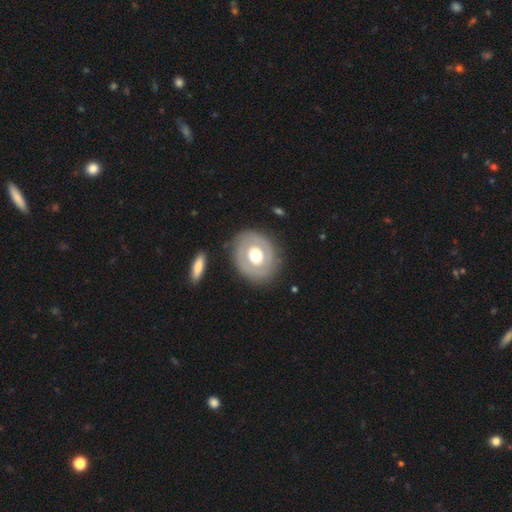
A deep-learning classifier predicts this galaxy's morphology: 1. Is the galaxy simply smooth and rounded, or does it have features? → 56% featured or disk, 39% smooth, 5% star or artifact.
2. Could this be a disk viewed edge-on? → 95% no, 5% yes.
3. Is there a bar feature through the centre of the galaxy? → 84% no, 11% weak, 5% strong.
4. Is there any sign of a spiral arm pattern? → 81% no, 19% yes.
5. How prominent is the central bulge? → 51% moderate, 42% large, 4% dominant, 3% small, 1% none.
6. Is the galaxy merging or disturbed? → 82% none, 11% minor disturbance, 5% major disturbance, 2% merger.